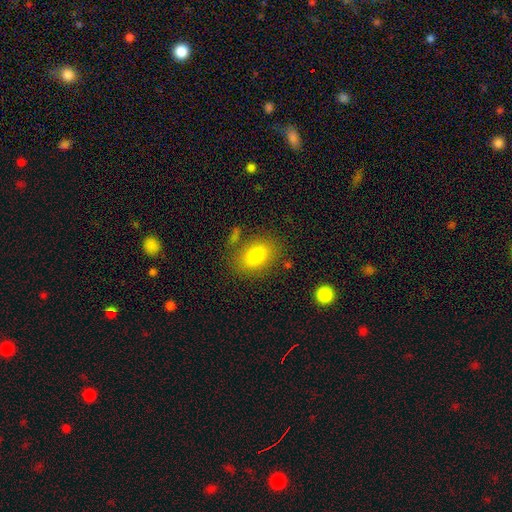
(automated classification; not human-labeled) Smooth or featured: smooth — 79% (featured or disk — 13%)
How rounded: in between — 79% (round — 19%)
Merging: none — 77% (minor disturbance — 14%)